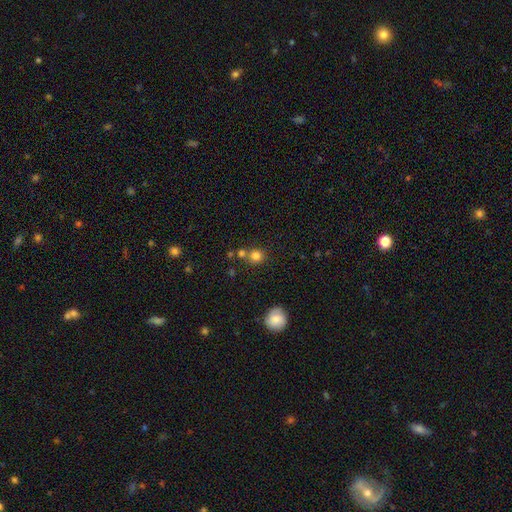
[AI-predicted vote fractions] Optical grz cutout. It shows a smooth galaxy with no disk features (81%) that is round (88%). Merging: none (65%).